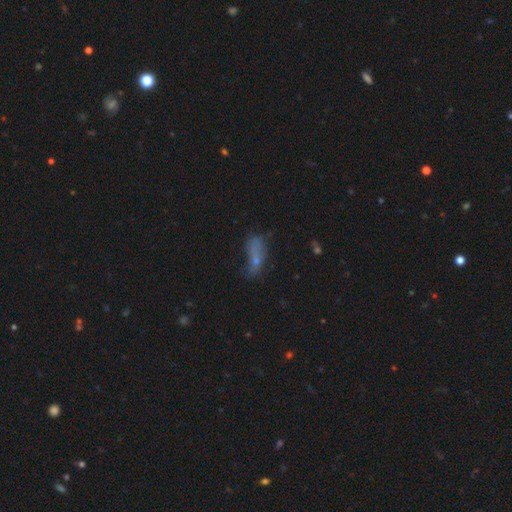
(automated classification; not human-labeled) The model was most divided on "merging": none: 36%, major disturbance: 29%, minor disturbance: 25%, merger: 10%. More confident: how rounded — in between (64%); smooth or featured — smooth (52%).